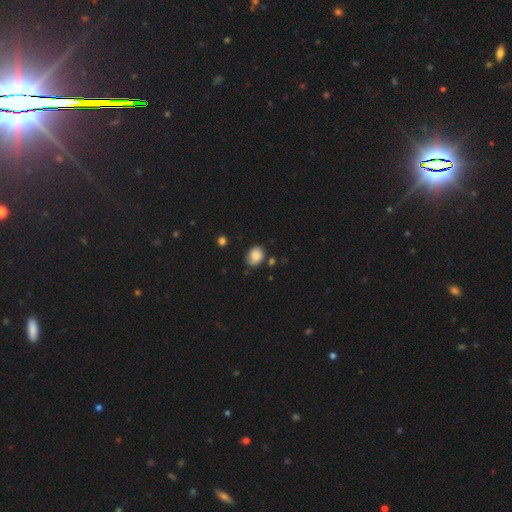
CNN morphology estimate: The model was most divided on "how rounded": in between: 63%, round: 36%, cigar-shaped: 1%. More confident: smooth or featured — smooth (80%); merging — none (67%).